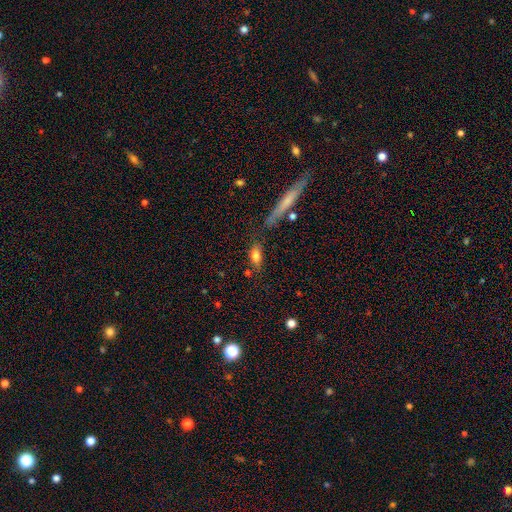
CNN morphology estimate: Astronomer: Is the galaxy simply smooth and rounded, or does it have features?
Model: smooth — 76%.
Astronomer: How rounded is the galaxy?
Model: in between — 69%.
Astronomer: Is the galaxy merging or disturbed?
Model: none — 66%.